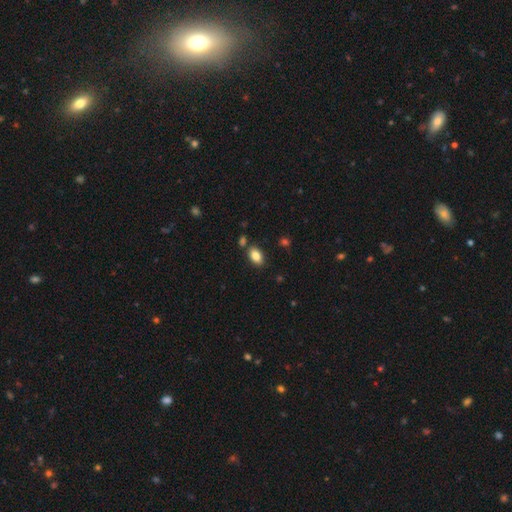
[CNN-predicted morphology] Smooth or featured: smooth — 85% (star or artifact — 8%)
How rounded: in between — 90% (round — 8%)
Merging: none — 79% (minor disturbance — 11%)